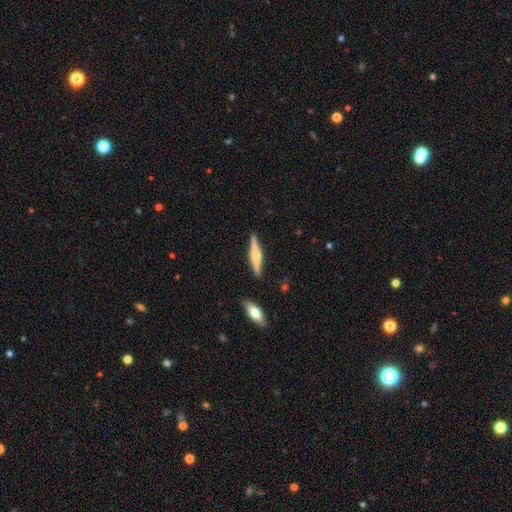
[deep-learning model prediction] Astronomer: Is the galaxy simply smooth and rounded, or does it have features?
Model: featured or disk — 65%.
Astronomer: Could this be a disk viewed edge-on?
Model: yes — 97%.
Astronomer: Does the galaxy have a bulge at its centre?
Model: rounded — 89%.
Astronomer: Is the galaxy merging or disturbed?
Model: none — 89%.